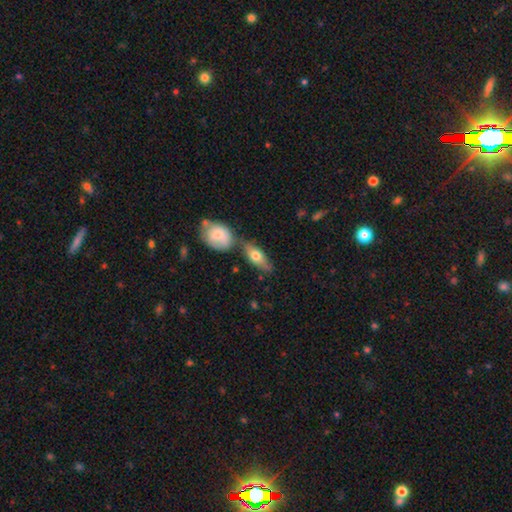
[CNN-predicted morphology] Smooth or featured: smooth — 62% (featured or disk — 31%)
How rounded: in between — 73% (cigar-shaped — 22%)
Merging: none — 57% (merger — 23%)